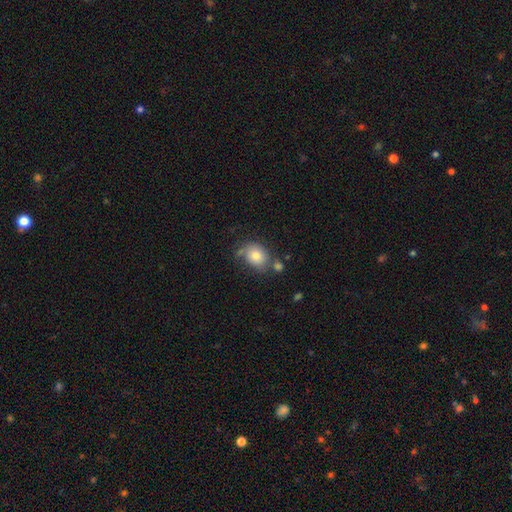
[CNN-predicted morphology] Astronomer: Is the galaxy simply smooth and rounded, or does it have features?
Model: smooth — 73%.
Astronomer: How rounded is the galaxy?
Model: in between — 50% (runner-up: round, 49%).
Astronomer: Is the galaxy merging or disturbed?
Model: none — 53%.